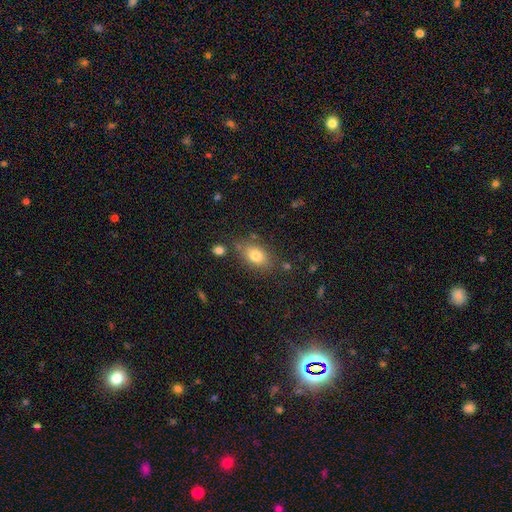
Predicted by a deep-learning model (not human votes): Smooth or featured?
  - smooth: 79% *
  - featured or disk: 12%
  - star or artifact: 9%
How rounded?
  - in between: 82% *
  - round: 15%
  - cigar-shaped: 2%
Merging?
  - none: 76% *
  - minor disturbance: 15%
  - merger: 6%
  - major disturbance: 4%